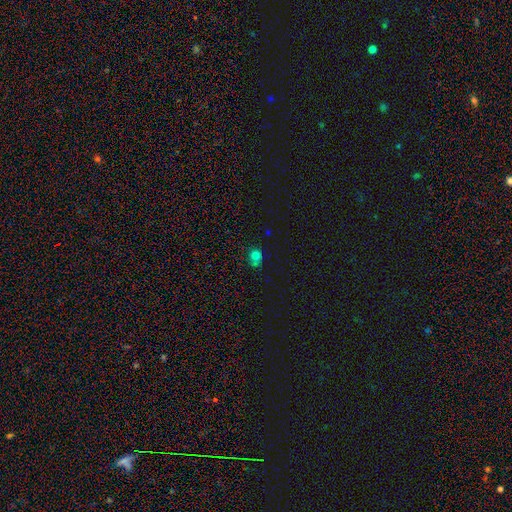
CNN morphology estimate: The model was most divided on "merging": none: 52%, minor disturbance: 22%, merger: 19%, major disturbance: 8%. More confident: smooth or featured — smooth (76%); how rounded — round (75%).